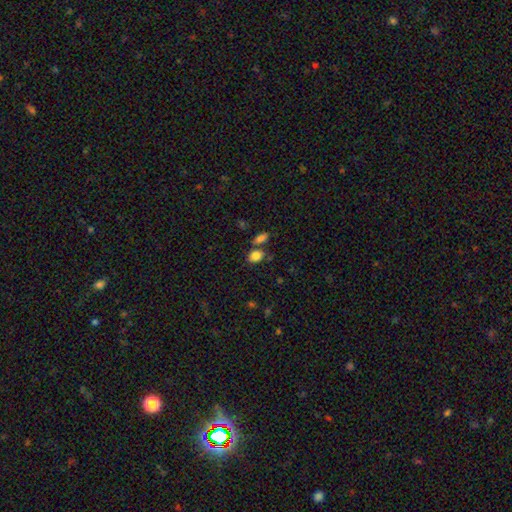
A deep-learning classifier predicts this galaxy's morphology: Smooth or featured? smooth (84%)
How rounded? in between (68%)
Merging? none (63%)